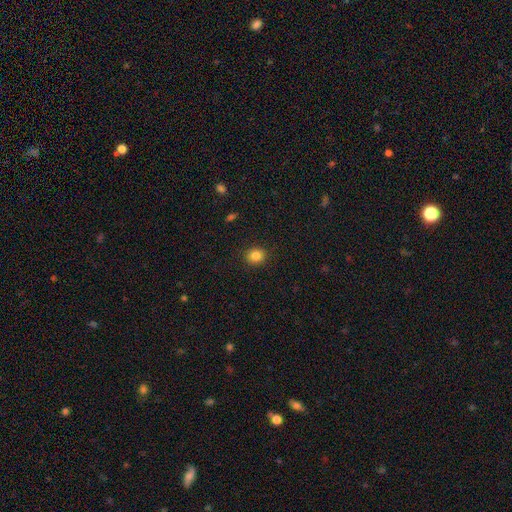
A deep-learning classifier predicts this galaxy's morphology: Smooth or featured: smooth — 84% (star or artifact — 11%)
How rounded: round — 74% (in between — 25%)
Merging: none — 90% (minor disturbance — 7%)